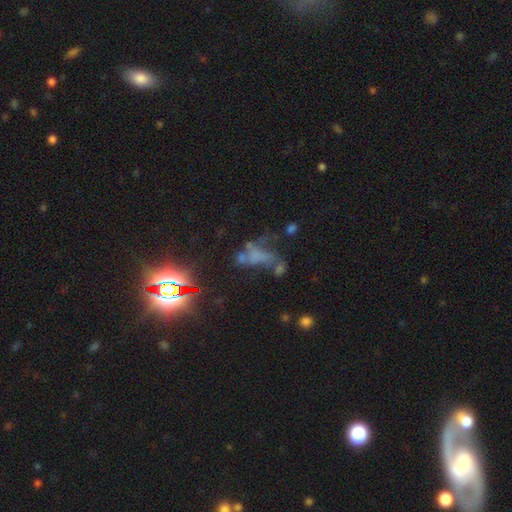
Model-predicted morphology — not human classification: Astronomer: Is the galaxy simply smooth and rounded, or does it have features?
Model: star or artifact — 40% (runner-up: featured or disk, 34%).